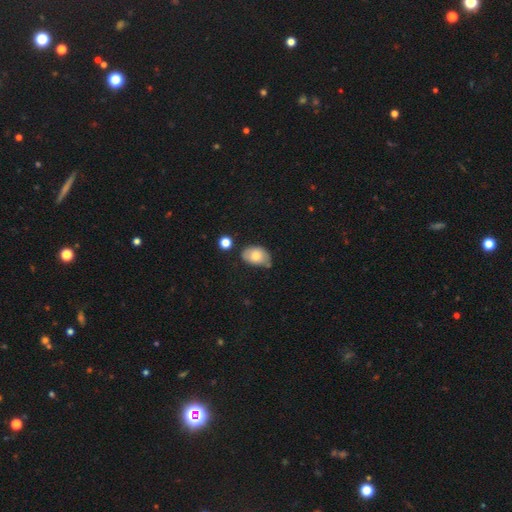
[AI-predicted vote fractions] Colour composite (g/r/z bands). It shows a smooth galaxy with no disk features (76%) that is in between round and cigar-shaped (83%). Merging: none (48%).